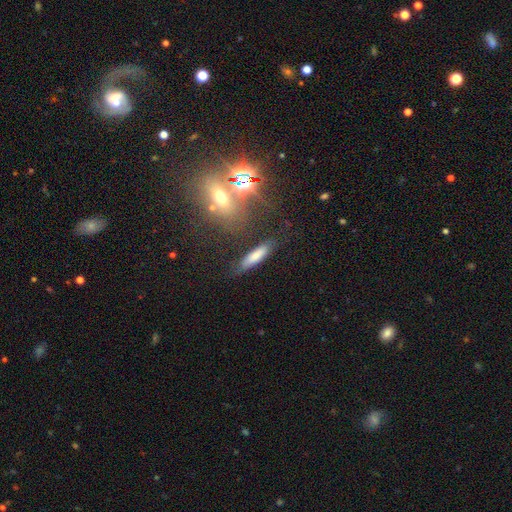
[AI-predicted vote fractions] Smooth or featured?
  - smooth: 73% *
  - featured or disk: 18%
  - star or artifact: 9%
How rounded?
  - cigar-shaped: 72% *
  - in between: 26%
  - round: 2%
Merging?
  - none: 78% *
  - minor disturbance: 14%
  - major disturbance: 4%
  - merger: 3%